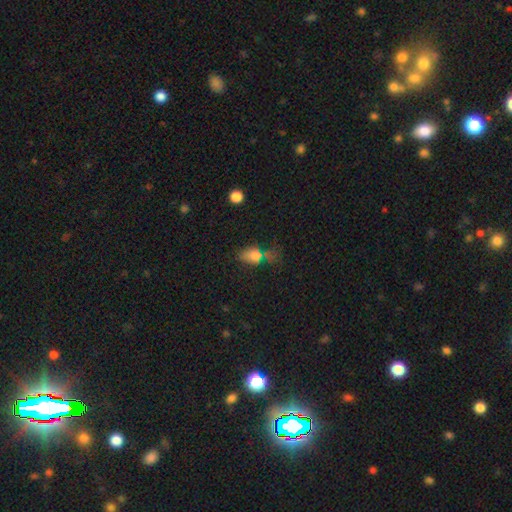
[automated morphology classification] Smooth or featured: smooth — 66% (star or artifact — 23%)
How rounded: in between — 74% (round — 17%)
Merging: none — 51% (minor disturbance — 20%)